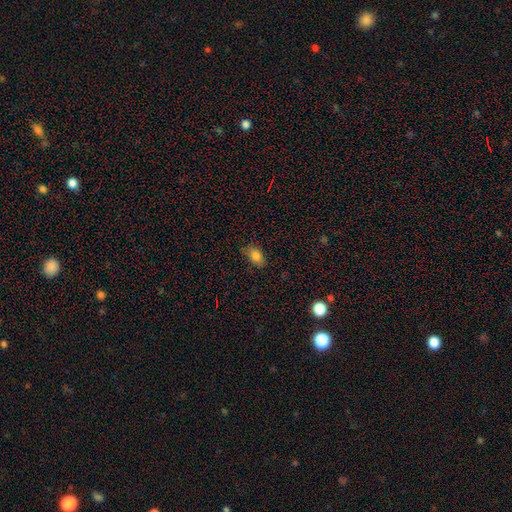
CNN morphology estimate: Smooth or featured?
  - smooth: 83% *
  - star or artifact: 10%
  - featured or disk: 7%
How rounded?
  - in between: 85% *
  - round: 12%
  - cigar-shaped: 2%
Merging?
  - none: 77% *
  - minor disturbance: 18%
  - major disturbance: 4%
  - merger: 1%